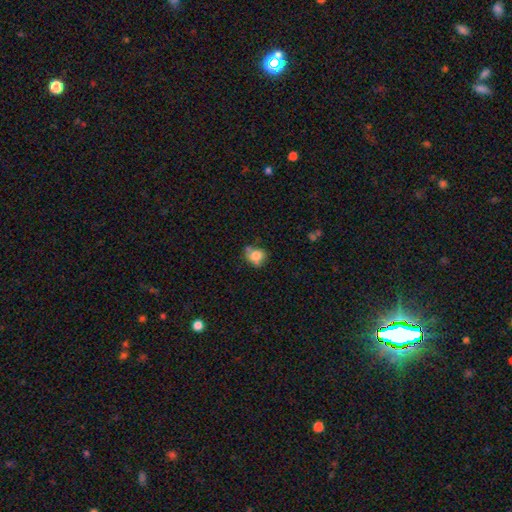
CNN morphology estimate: Q: Smooth or featured?
A: smooth (77%); runner-up: featured or disk (13%)
Q: How rounded?
A: round (64%); runner-up: in between (35%)
Q: Merging?
A: none (51%); runner-up: minor disturbance (25%)